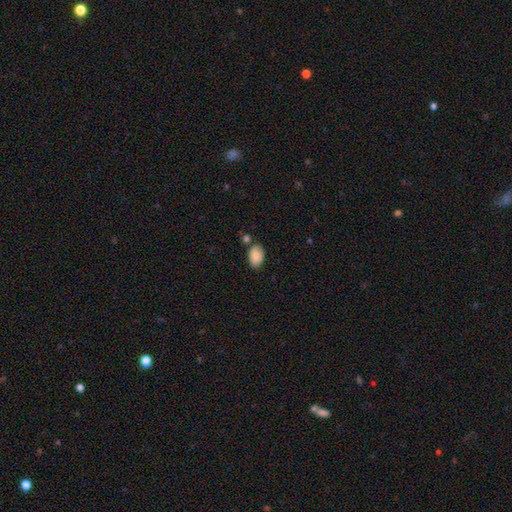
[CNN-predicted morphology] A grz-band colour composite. It shows a smooth galaxy with no disk features (85%) that is in between round and cigar-shaped (90%). Merging: none (71%).